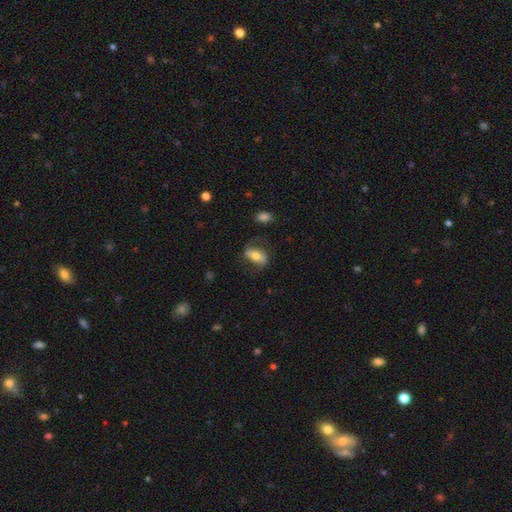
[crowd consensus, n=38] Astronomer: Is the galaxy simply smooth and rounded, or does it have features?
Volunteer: smooth — 61%.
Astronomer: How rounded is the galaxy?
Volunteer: in between — 91%.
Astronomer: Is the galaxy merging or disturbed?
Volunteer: none — 60%.